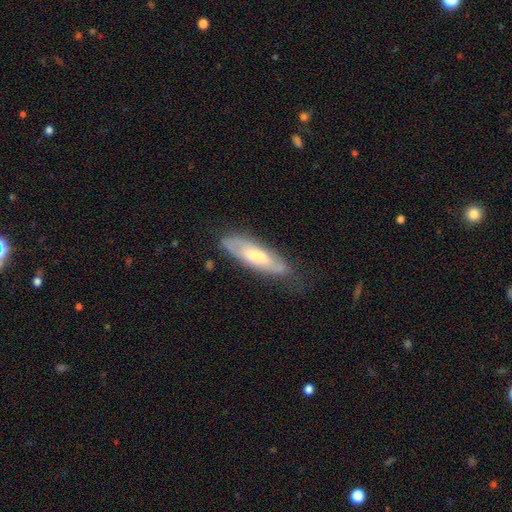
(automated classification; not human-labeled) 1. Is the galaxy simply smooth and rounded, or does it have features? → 51% featured or disk, 40% smooth, 9% star or artifact.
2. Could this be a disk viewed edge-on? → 53% no, 47% yes.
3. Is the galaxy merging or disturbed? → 66% none, 24% minor disturbance, 8% major disturbance, 2% merger.